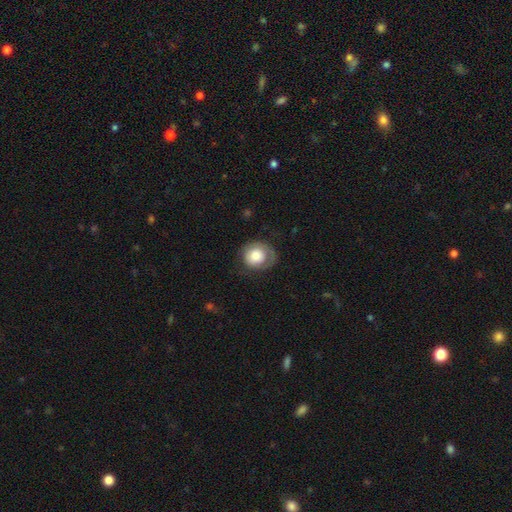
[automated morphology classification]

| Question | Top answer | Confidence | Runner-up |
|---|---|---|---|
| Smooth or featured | smooth | 71% | featured or disk (22%) |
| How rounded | round | 77% | in between (22%) |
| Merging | none | 63% | minor disturbance (23%) |